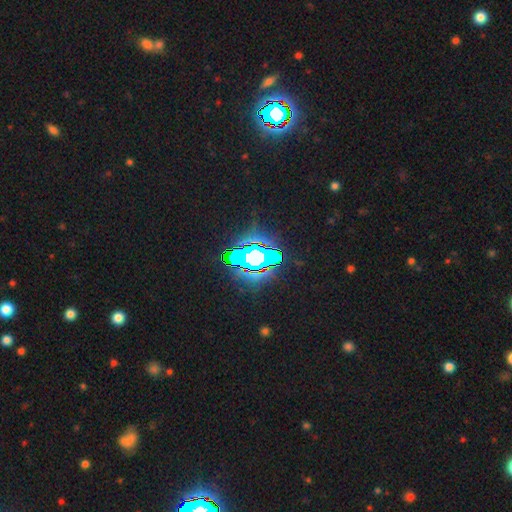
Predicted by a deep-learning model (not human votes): smooth_or_featured: star or artifact (p=0.74) [alt: smooth p=0.13]